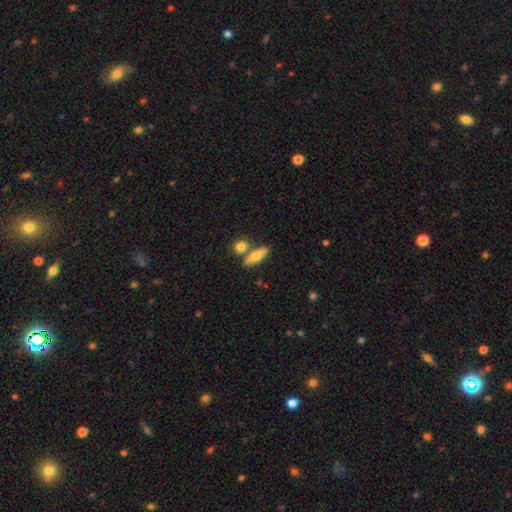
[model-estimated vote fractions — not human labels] smooth_or_featured: smooth (p=0.74) [alt: featured or disk p=0.19]
how_rounded: in between (p=0.49) [alt: cigar-shaped p=0.45]
merging: none (p=0.67) [alt: merger p=0.20]